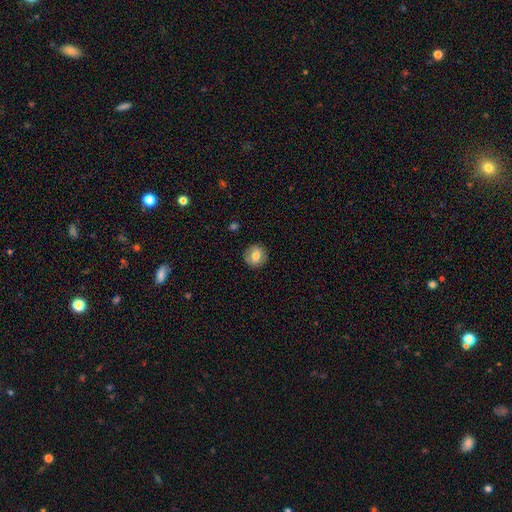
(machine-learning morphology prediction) type=smooth (74%); roundness=round (88%); merging=none (87%).